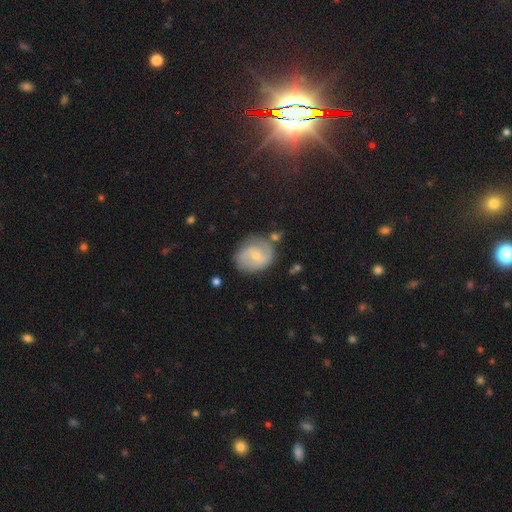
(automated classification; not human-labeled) A featured or disk galaxy (69%) with no bar (46%, tied with weak), 2 (76%) medium (46%) spiral arms (89%) and a small central bulge (58%). Merging: none (70%).